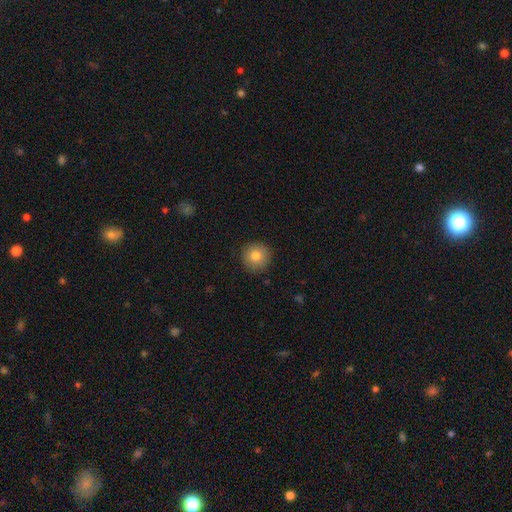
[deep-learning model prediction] smooth-or-featured: smooth: 81% | featured or disk: 9% | star or artifact: 9%
  how-rounded: round: 95% | in between: 4% | cigar-shaped: 1%
  merging: none: 90% | minor disturbance: 7% | major disturbance: 2% | merger: 1%